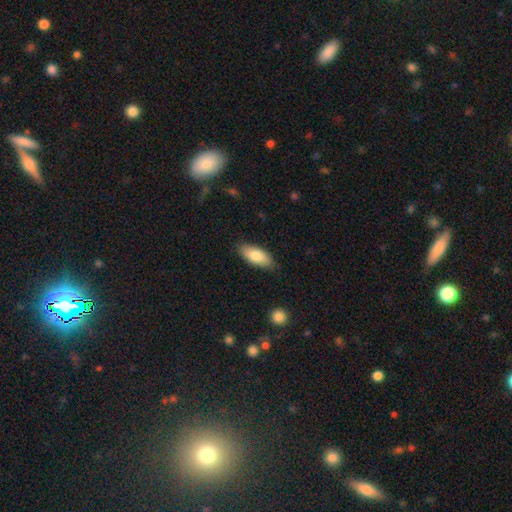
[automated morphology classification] Smooth or featured: smooth — 80% (featured or disk — 14%)
How rounded: in between — 87% (cigar-shaped — 11%)
Merging: none — 83% (minor disturbance — 13%)